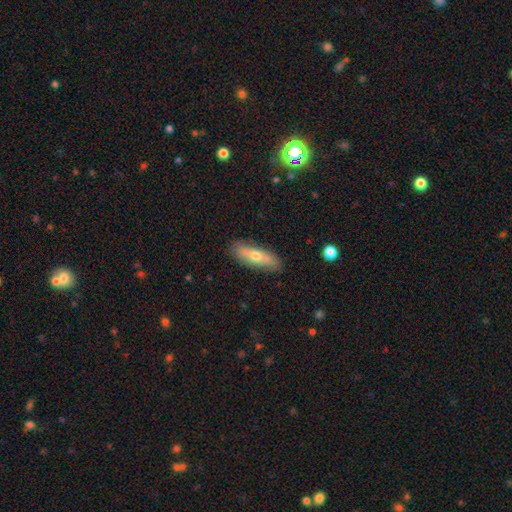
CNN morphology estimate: Smooth or featured? smooth (56%)
How rounded? in between (53%)
Merging? none (83%)